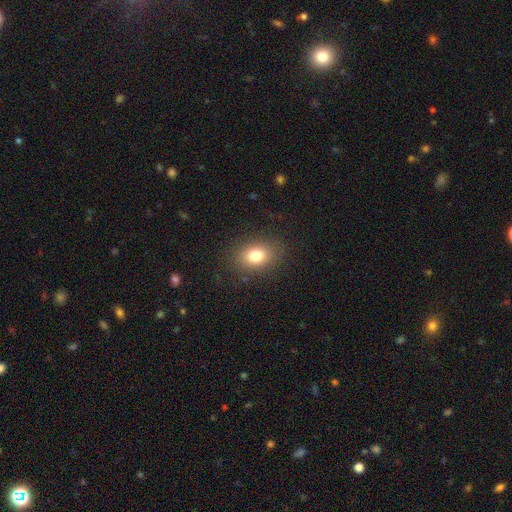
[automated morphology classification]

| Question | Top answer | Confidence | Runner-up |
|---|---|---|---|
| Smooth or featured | smooth | 79% | star or artifact (12%) |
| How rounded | in between | 62% | round (37%) |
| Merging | none | 85% | minor disturbance (10%) |